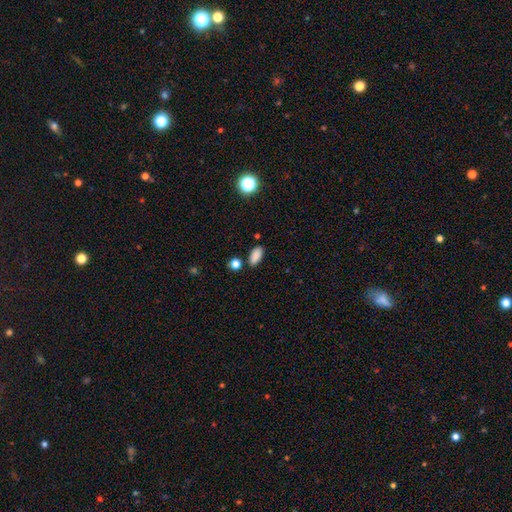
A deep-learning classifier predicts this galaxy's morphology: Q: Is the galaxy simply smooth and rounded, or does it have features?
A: smooth — 86%.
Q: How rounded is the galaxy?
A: in between — 89%.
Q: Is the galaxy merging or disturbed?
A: none — 82%.